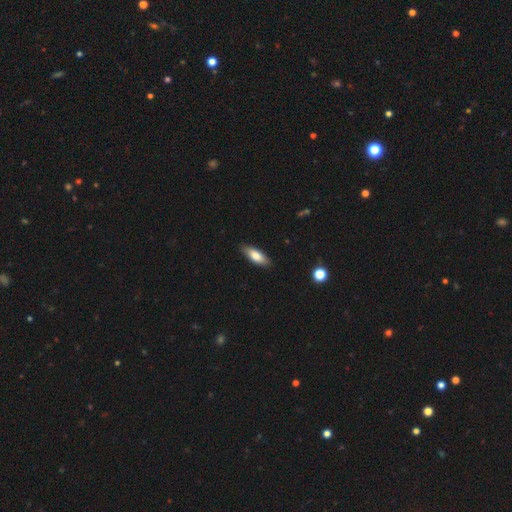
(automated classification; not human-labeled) Smooth or featured: smooth — 77% (featured or disk — 17%)
How rounded: in between — 70% (cigar-shaped — 28%)
Merging: none — 86% (minor disturbance — 11%)